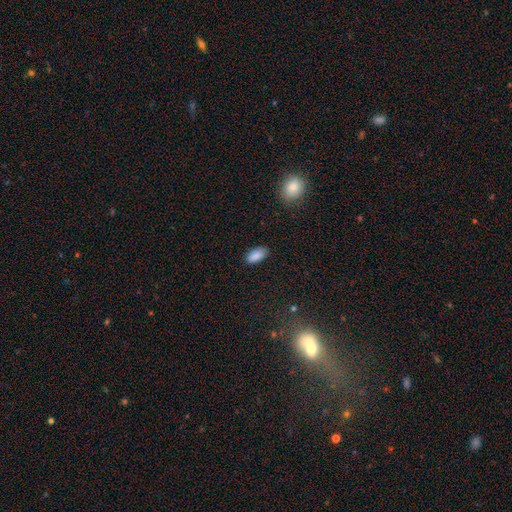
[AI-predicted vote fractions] Smooth or featured: smooth — 89% (star or artifact — 8%)
How rounded: in between — 92% (cigar-shaped — 6%)
Merging: none — 86% (minor disturbance — 10%)